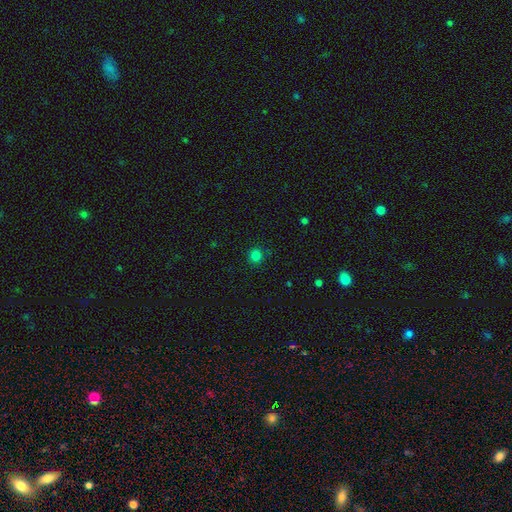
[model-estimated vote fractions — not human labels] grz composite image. It shows a smooth galaxy with no disk features (81%) that is round (92%). Merging: none (88%).